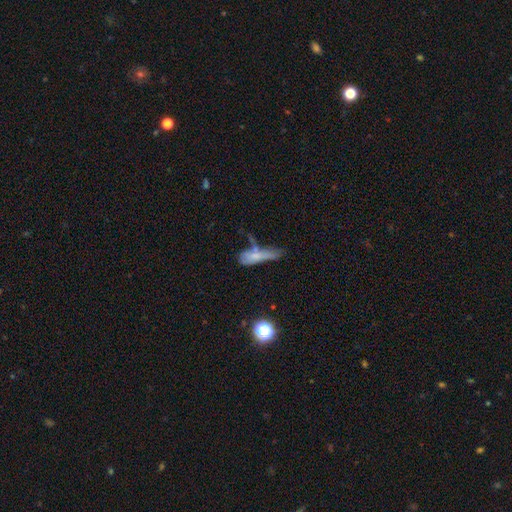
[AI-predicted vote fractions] A smooth galaxy with no disk features (60%) that is cigar-shaped (63%).

Vote fractions:
- Smooth or featured? smooth: 60% / featured or disk: 28% / star or artifact: 11%
- How rounded? cigar-shaped: 63% / in between: 33% / round: 4%
- Merging? none: 31% / merger: 24% / minor disturbance: 23% / major disturbance: 22%